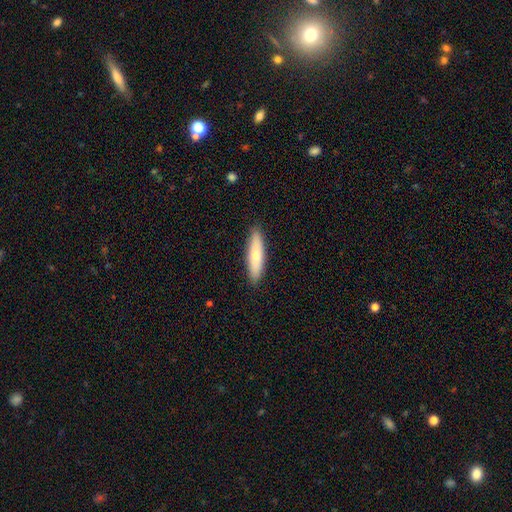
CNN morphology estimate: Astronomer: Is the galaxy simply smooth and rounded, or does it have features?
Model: smooth — 67%.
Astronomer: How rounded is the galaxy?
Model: cigar-shaped — 76%.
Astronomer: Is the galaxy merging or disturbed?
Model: none — 90%.